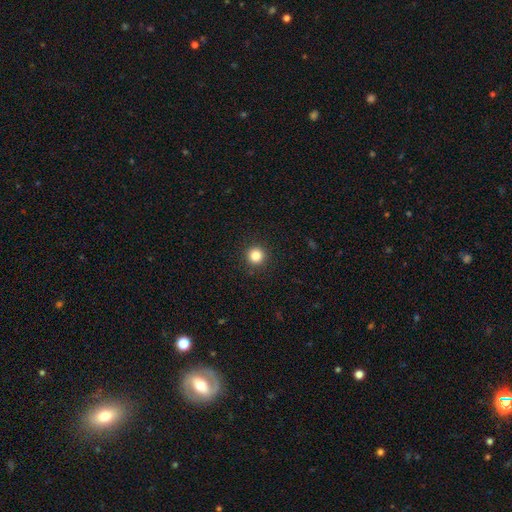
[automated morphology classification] smooth_or_featured: smooth (p=0.83) [alt: star or artifact p=0.12]
how_rounded: round (p=0.95) [alt: in between p=0.04]
merging: none (p=0.93) [alt: minor disturbance p=0.05]